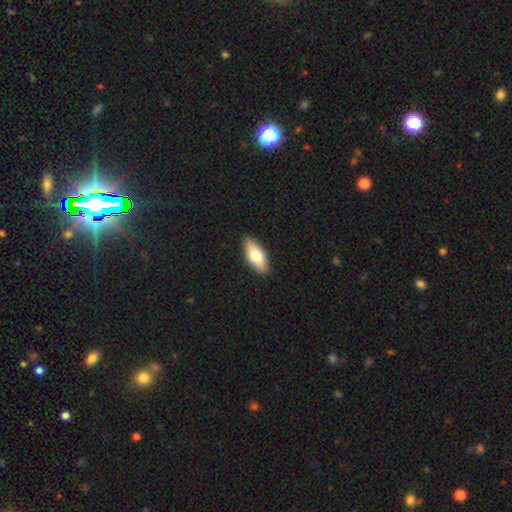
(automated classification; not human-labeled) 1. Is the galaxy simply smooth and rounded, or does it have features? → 70% smooth, 24% featured or disk, 6% star or artifact.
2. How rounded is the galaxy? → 81% in between, 17% cigar-shaped, 3% round.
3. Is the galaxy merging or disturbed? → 90% none, 8% minor disturbance, 2% major disturbance, 1% merger.